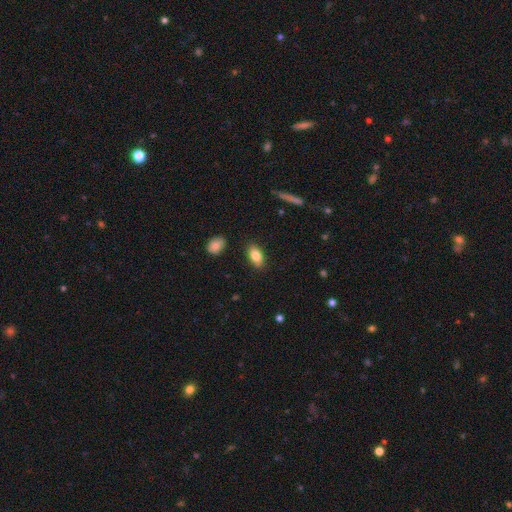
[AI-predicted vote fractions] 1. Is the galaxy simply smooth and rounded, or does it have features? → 83% smooth, 10% featured or disk, 7% star or artifact.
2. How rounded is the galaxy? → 90% in between, 5% cigar-shaped, 5% round.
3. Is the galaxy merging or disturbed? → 85% none, 11% minor disturbance, 3% major disturbance, 2% merger.